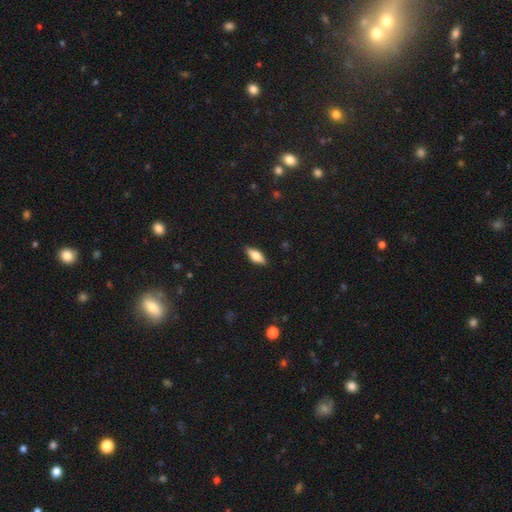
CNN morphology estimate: smooth_or_featured: smooth (p=0.62) [alt: featured or disk p=0.31]
how_rounded: in between (p=0.73) [alt: cigar-shaped p=0.24]
merging: none (p=0.88) [alt: minor disturbance p=0.09]